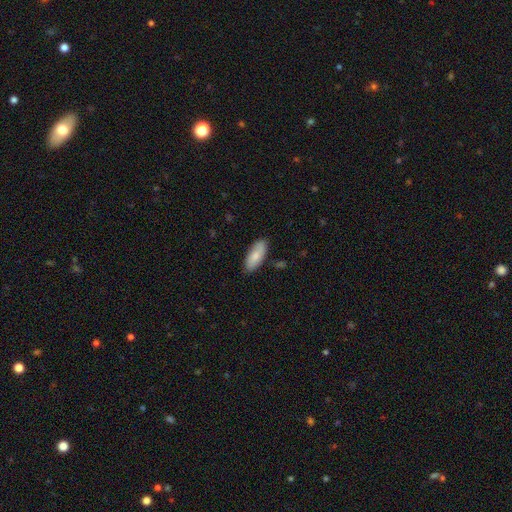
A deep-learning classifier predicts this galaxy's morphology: This is clearly a smooth galaxy (82%). How rounded: clearly in between (82%). Merging: clearly none (85%).